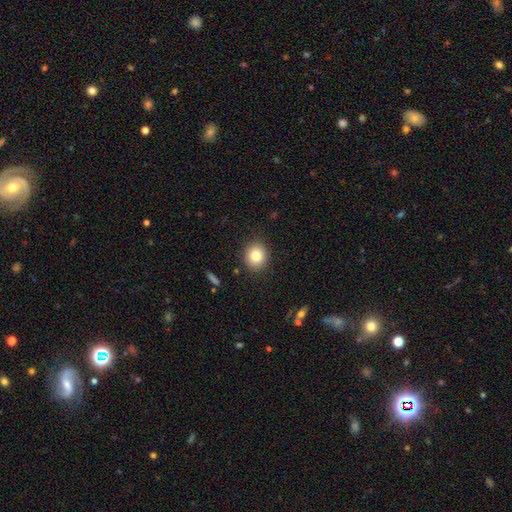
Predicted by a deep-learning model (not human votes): Smooth or featured? smooth (81%)
How rounded? round (81%)
Merging? none (89%)